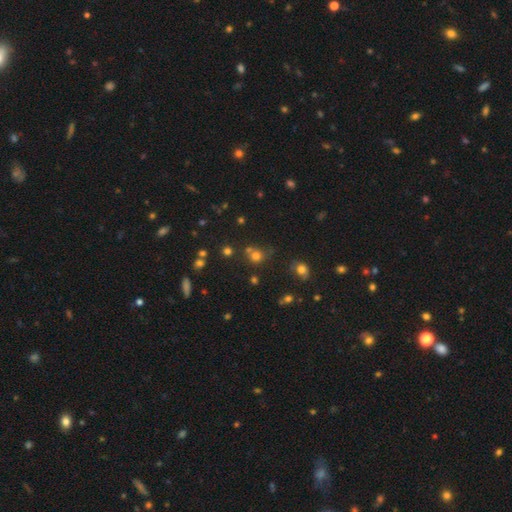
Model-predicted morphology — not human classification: Smooth or featured: smooth — 64% (star or artifact — 27%)
How rounded: round — 85% (in between — 14%)
Merging: none — 59% (merger — 24%)